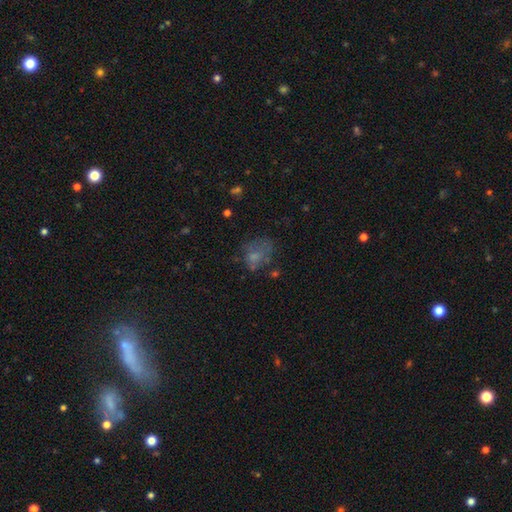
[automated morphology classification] This appears to be a smooth galaxy with no disk features (55%) that is in between round and cigar-shaped (58%). Merging: none (41%).